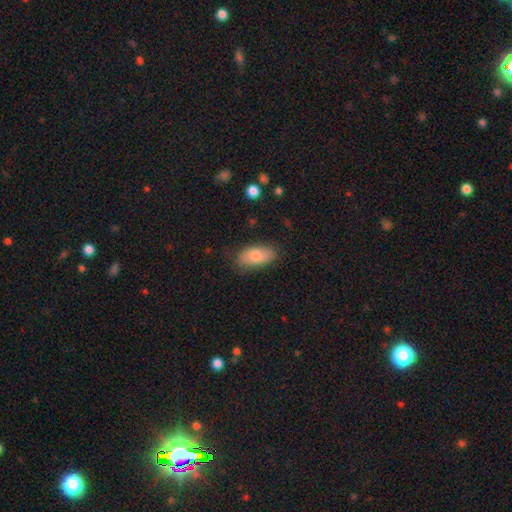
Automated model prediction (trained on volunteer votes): Smooth or featured? smooth (80%)
How rounded? in between (90%)
Merging? none (78%)